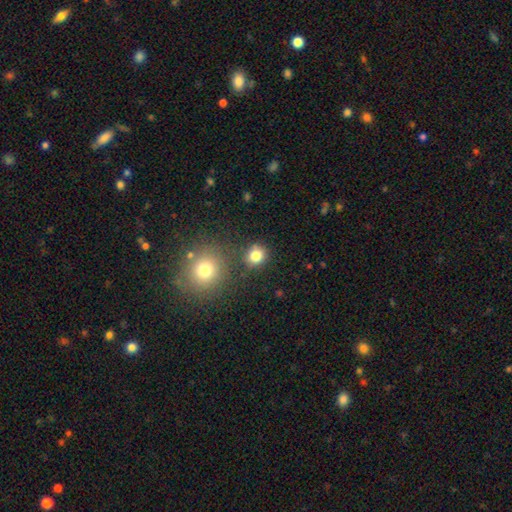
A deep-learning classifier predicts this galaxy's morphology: Q: Smooth or featured?
A: smooth (81%); runner-up: star or artifact (13%)
Q: How rounded?
A: round (80%); runner-up: in between (19%)
Q: Merging?
A: none (78%); runner-up: minor disturbance (10%)